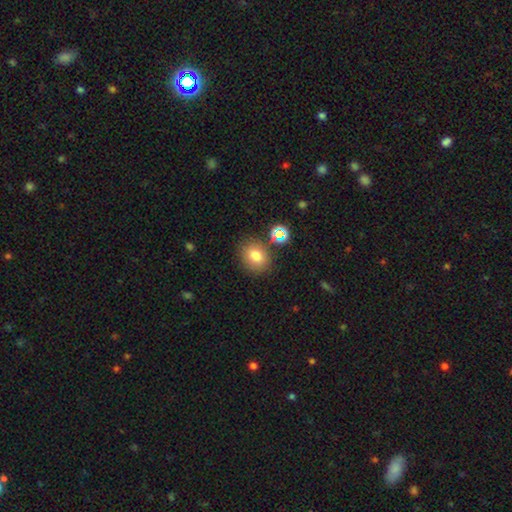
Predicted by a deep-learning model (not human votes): This is likely a smooth galaxy (76%). How rounded: possibly round (53%). Merging: likely none (78%).